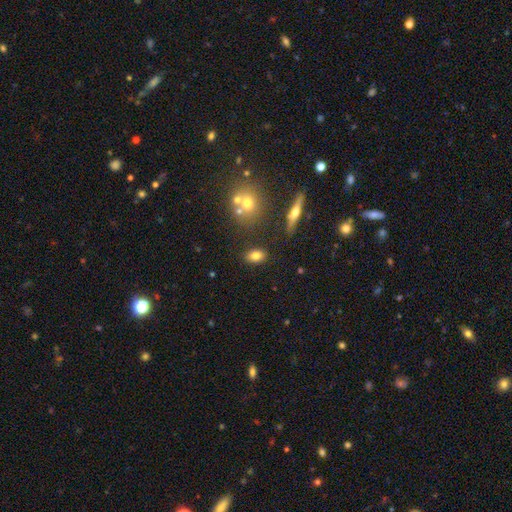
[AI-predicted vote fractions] Smooth or featured? Predicted: smooth (p=0.79). How rounded? Predicted: in between (p=0.83). Merging? Predicted: none (p=0.83).